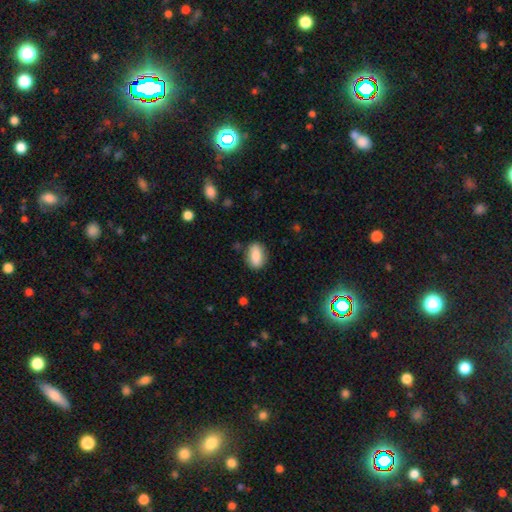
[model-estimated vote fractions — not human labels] The model was most divided on "merging": none: 82%, minor disturbance: 13%, major disturbance: 3%, merger: 2%. More confident: how rounded — in between (85%); smooth or featured — smooth (84%).